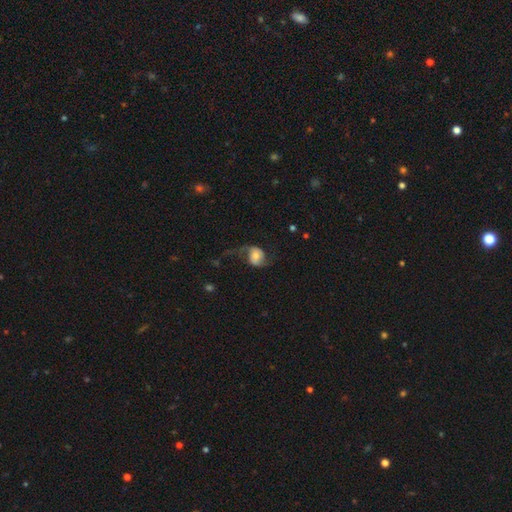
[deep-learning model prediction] Overall: featured or disk (65%; smooth 28%). Edge-on disk: no (97%). Bar: no (59%; weak 31%). Spiral arms: yes (88%). Spiral arm count: 2 (86%). Spiral winding: loose (67%). Bulge size: moderate (55%; small 30%). Merging: none (50%; major disturbance 28%).